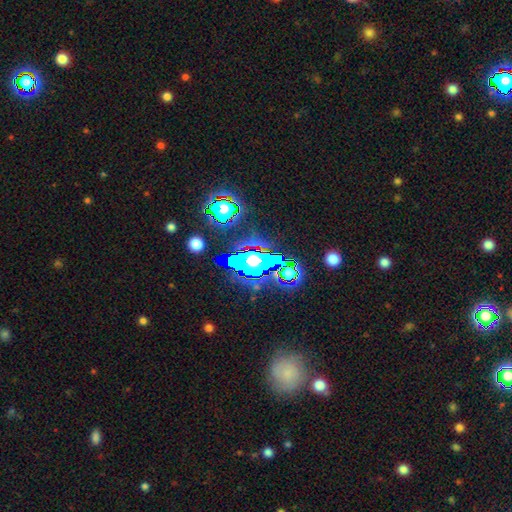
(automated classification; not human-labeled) Smooth or featured?
  - star or artifact: 76% *
  - smooth: 12%
  - featured or disk: 12%